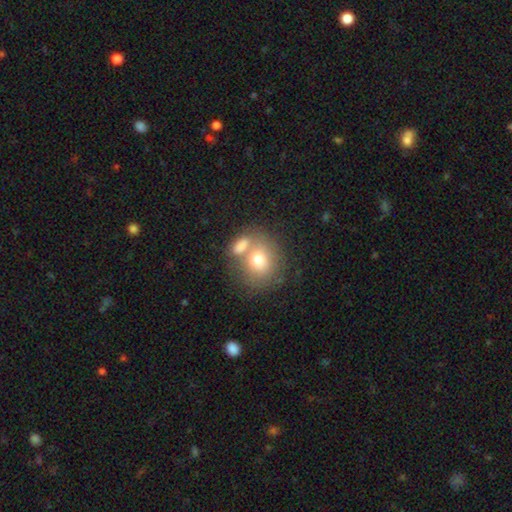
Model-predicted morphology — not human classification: Q: Smooth or featured?
A: smooth (69%); runner-up: featured or disk (19%)
Q: How rounded?
A: round (77%); runner-up: in between (22%)
Q: Merging?
A: none (44%); runner-up: merger (43%)